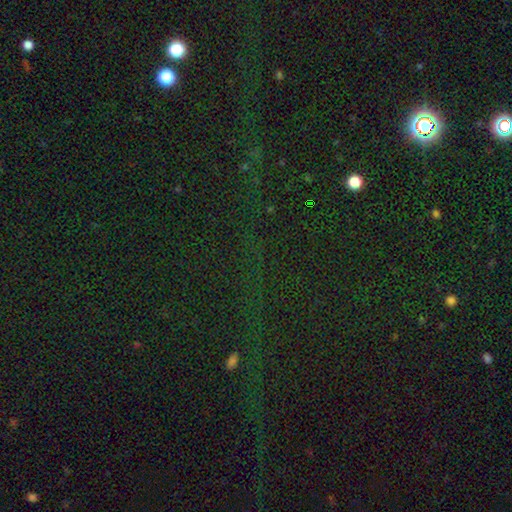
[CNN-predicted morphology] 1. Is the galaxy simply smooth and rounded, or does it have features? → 80% star or artifact, 12% smooth, 8% featured or disk.